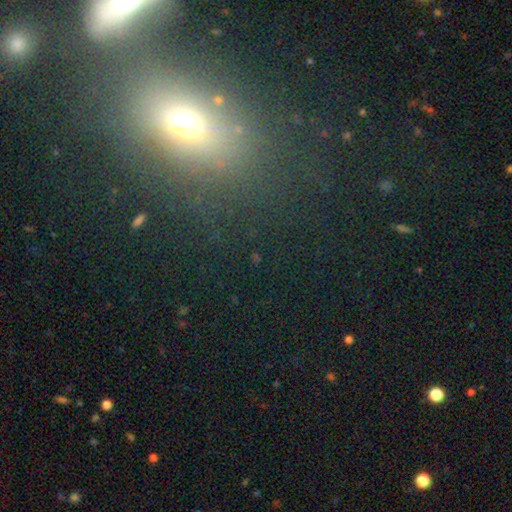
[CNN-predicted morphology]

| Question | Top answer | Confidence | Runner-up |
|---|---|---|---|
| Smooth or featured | star or artifact | 42% | tied: smooth (42%) |